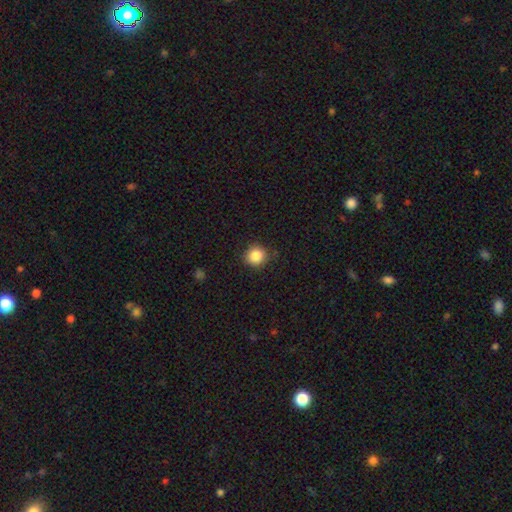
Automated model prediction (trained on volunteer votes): A smooth galaxy with no disk features (86%) that is round (91%).

Vote fractions:
- Smooth or featured? smooth: 86% / star or artifact: 10% / featured or disk: 4%
- How rounded? round: 91% / in between: 8% / cigar-shaped: 1%
- Merging? none: 87% / minor disturbance: 10% / major disturbance: 2% / merger: 1%